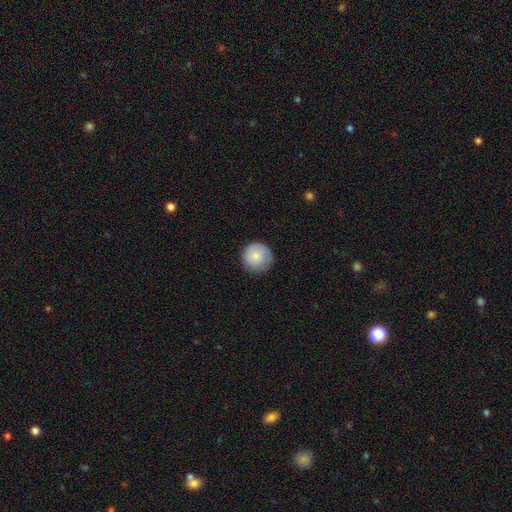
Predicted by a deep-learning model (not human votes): smooth_or_featured: smooth (p=0.84) [alt: featured or disk p=0.08]
how_rounded: round (p=0.95) [alt: in between p=0.04]
merging: none (p=0.84) [alt: minor disturbance p=0.12]